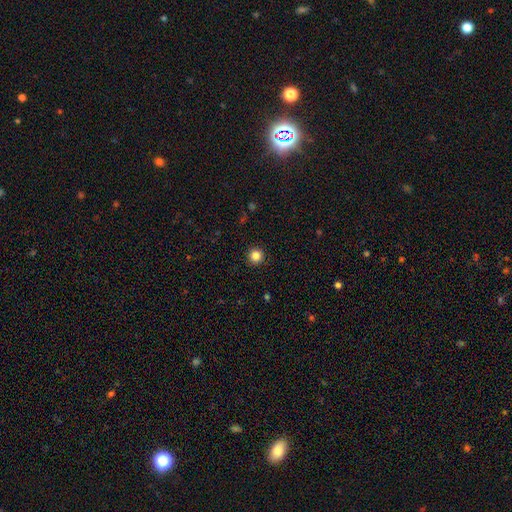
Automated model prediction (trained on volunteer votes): Smooth or featured: smooth — 85% (star or artifact — 11%)
How rounded: round — 96% (in between — 3%)
Merging: none — 93% (minor disturbance — 5%)